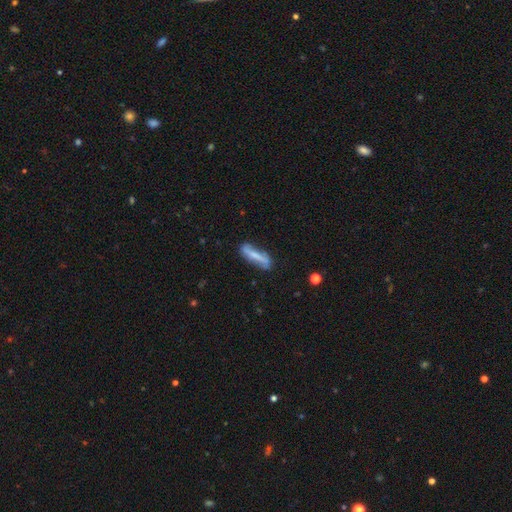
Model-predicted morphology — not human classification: featured or disk 51%, smooth 42%, star or artifact 7%. Down the decision tree: edge-on disk — no (63%); merging — none (67%).